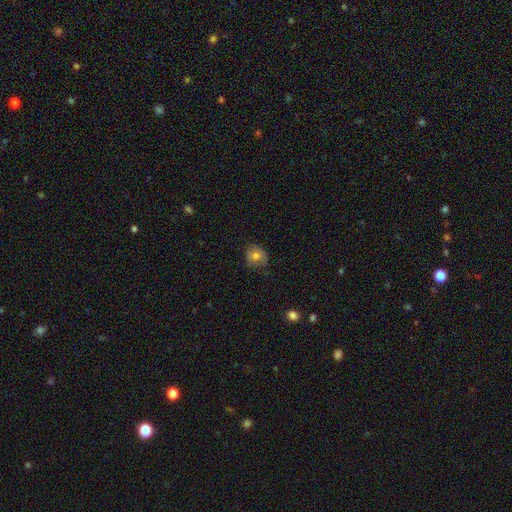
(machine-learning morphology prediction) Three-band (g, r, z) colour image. It shows a smooth galaxy with no disk features (70%) that is round (77%). Merging: none (67%).